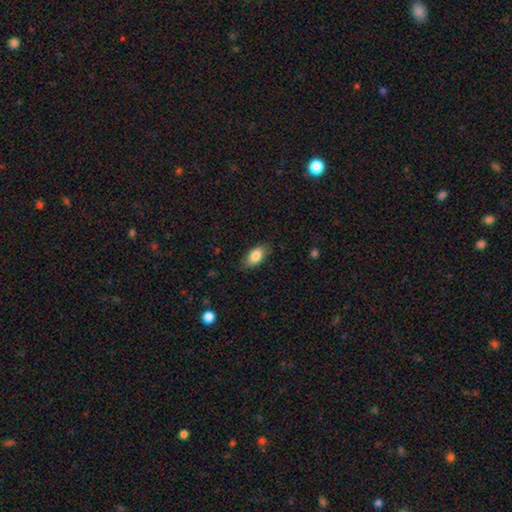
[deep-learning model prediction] The model was most divided on "merging": none: 81%, minor disturbance: 15%, major disturbance: 3%, merger: 1%. More confident: how rounded — in between (90%); smooth or featured — smooth (84%).